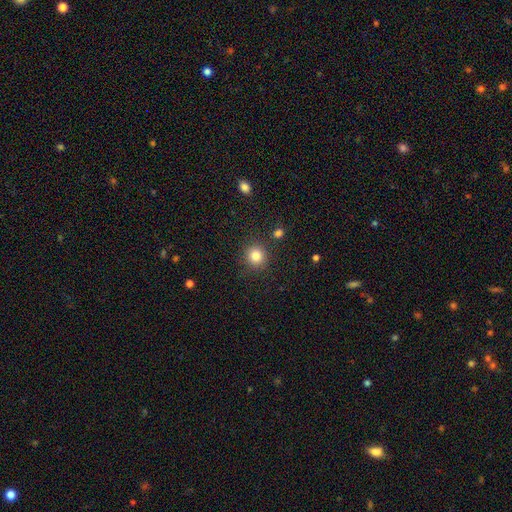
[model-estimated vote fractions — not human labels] Smooth or featured?
  - smooth: 83% *
  - star or artifact: 11%
  - featured or disk: 6%
How rounded?
  - round: 90% *
  - in between: 9%
  - cigar-shaped: 1%
Merging?
  - none: 86% *
  - minor disturbance: 8%
  - merger: 3%
  - major disturbance: 3%